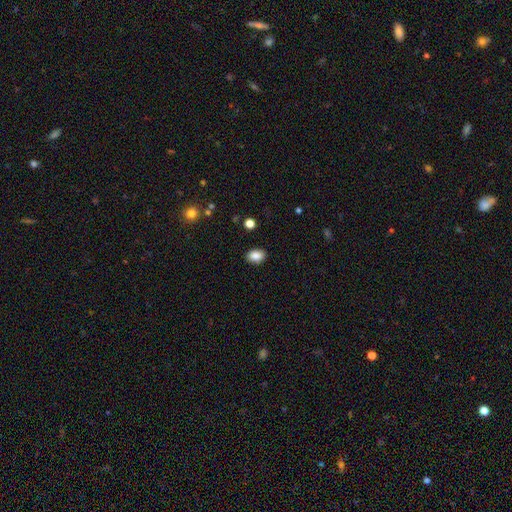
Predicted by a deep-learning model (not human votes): Smooth or featured? Predicted: smooth (p=0.88). How rounded? Predicted: in between (p=0.81). Merging? Predicted: none (p=0.88).